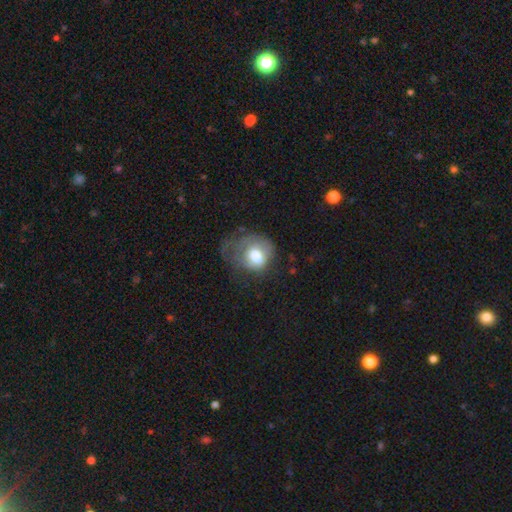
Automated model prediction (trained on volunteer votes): This is likely a smooth galaxy (64%). How rounded: likely round (63%). Merging: marginally major disturbance (43%).